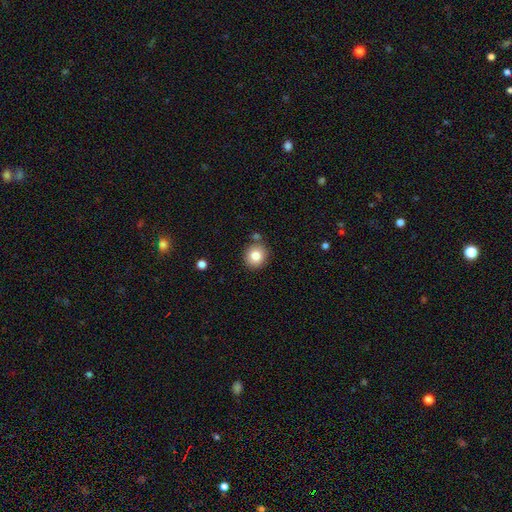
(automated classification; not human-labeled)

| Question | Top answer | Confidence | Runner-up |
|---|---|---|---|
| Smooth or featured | smooth | 82% | star or artifact (10%) |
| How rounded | round | 87% | in between (12%) |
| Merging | none | 82% | minor disturbance (9%) |